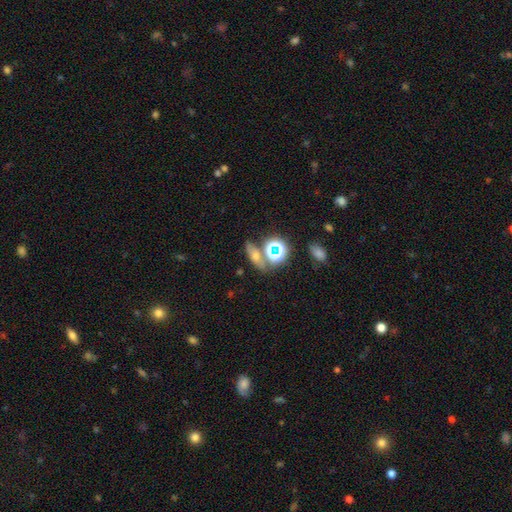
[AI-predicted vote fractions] Q: Smooth or featured?
A: smooth (39%); runner-up: star or artifact (38%)
Q: Merging?
A: none (67%); runner-up: merger (17%)